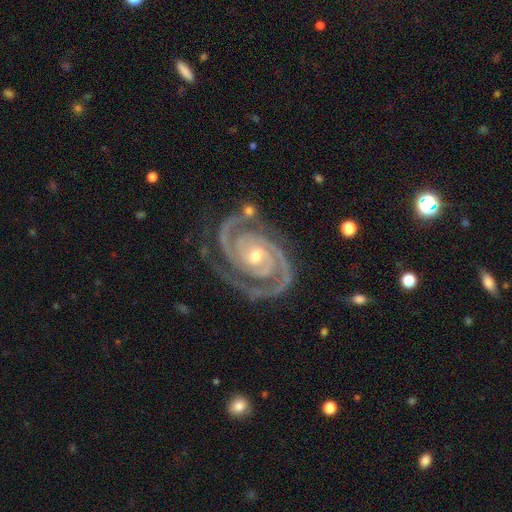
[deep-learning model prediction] This appears to be a featured or disk galaxy (94%) with no bar (64%), 2 (89%) tight (76%) spiral arms (99%) and a moderate central bulge (51%). Merging: none (78%).